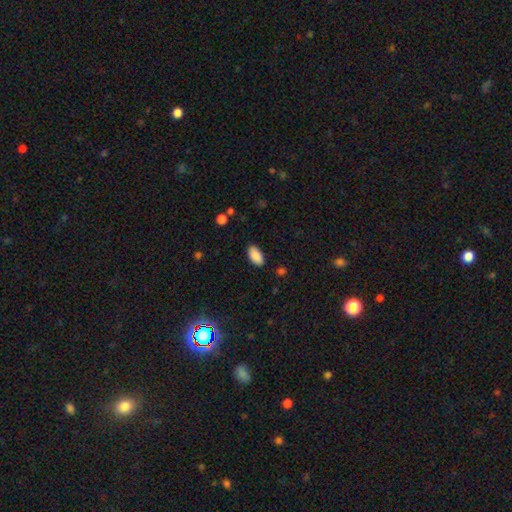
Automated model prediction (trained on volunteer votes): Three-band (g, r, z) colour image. It shows a smooth galaxy with no disk features (89%) that is in between round and cigar-shaped (95%). Merging: none (88%).